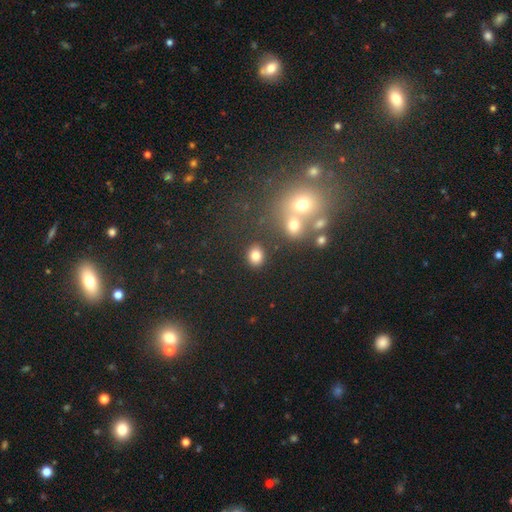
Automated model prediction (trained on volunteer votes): The model was most divided on "how rounded": round: 59%, in between: 40%, cigar-shaped: 1%. More confident: merging — none (83%); smooth or featured — smooth (81%).